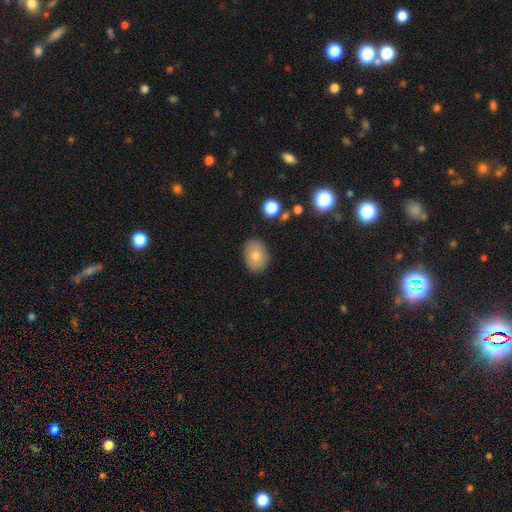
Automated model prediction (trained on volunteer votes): A smooth galaxy with no disk features (77%) that is in between round and cigar-shaped (72%).

Vote fractions:
- Smooth or featured? smooth: 77% / featured or disk: 14% / star or artifact: 8%
- How rounded? in between: 72% / round: 27% / cigar-shaped: 1%
- Merging? none: 83% / minor disturbance: 12% / major disturbance: 3% / merger: 2%